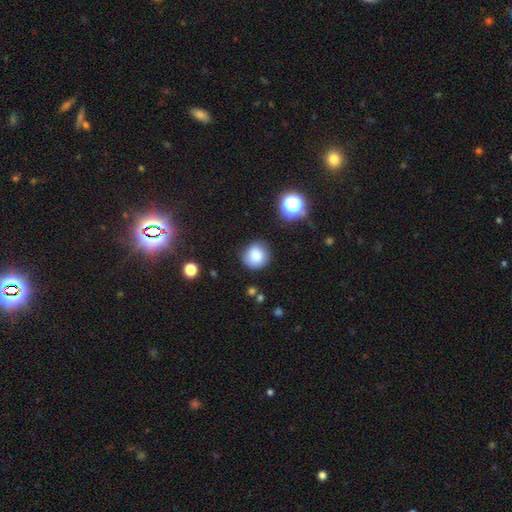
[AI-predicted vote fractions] smooth_or_featured: smooth (p=0.84) [alt: star or artifact p=0.11]
how_rounded: round (p=0.91) [alt: in between p=0.08]
merging: none (p=0.83) [alt: minor disturbance p=0.12]